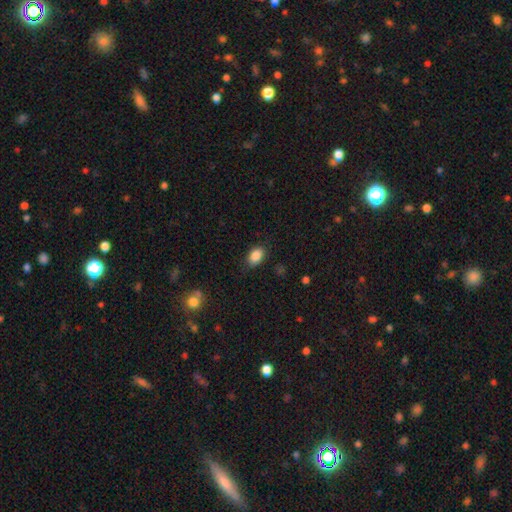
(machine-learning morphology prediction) smooth_or_featured: smooth (p=0.87) [alt: star or artifact p=0.09]
how_rounded: in between (p=0.84) [alt: round p=0.15]
merging: none (p=0.80) [alt: minor disturbance p=0.15]